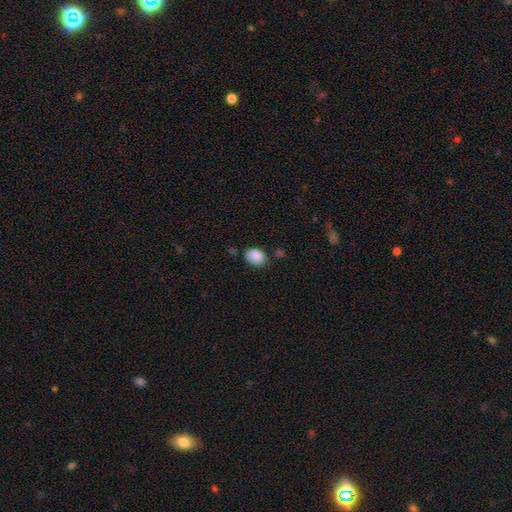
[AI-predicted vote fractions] A smooth galaxy with no disk features (88%) that is in between round and cigar-shaped (75%).

Vote fractions:
- Smooth or featured? smooth: 88% / star or artifact: 8% / featured or disk: 4%
- How rounded? in between: 75% / round: 24% / cigar-shaped: 1%
- Merging? none: 71% / minor disturbance: 21% / merger: 4% / major disturbance: 4%